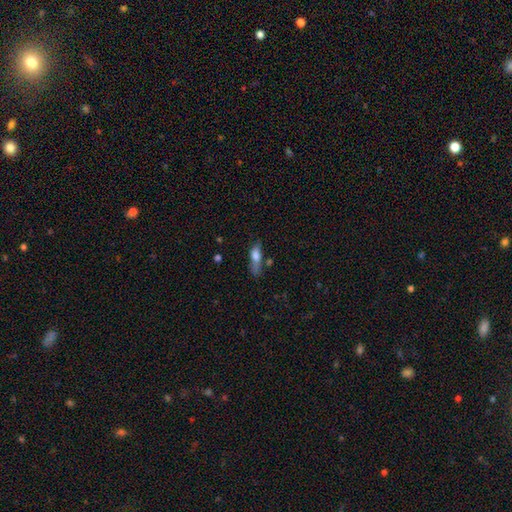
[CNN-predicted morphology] A smooth galaxy with no disk features (65%) that is in between round and cigar-shaped (49%). Merging: none (45%).